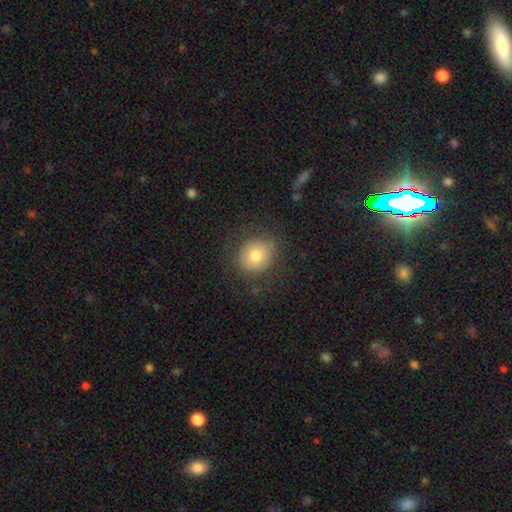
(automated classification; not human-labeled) Q: Smooth or featured?
A: smooth (75%); runner-up: featured or disk (16%)
Q: How rounded?
A: round (75%); runner-up: in between (24%)
Q: Merging?
A: none (79%); runner-up: minor disturbance (13%)